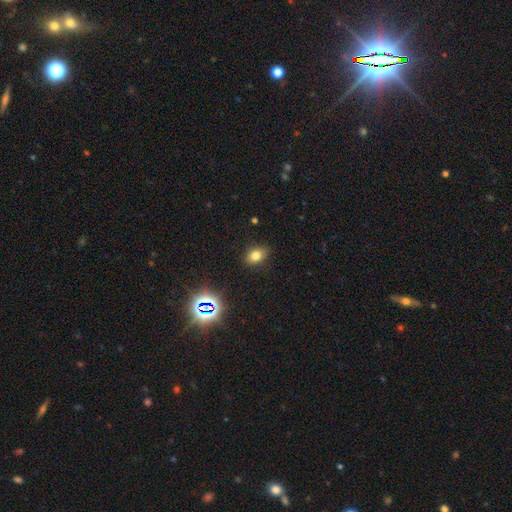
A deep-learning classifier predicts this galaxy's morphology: This is likely a smooth galaxy (75%). How rounded: likely in between (74%). Merging: clearly none (86%).